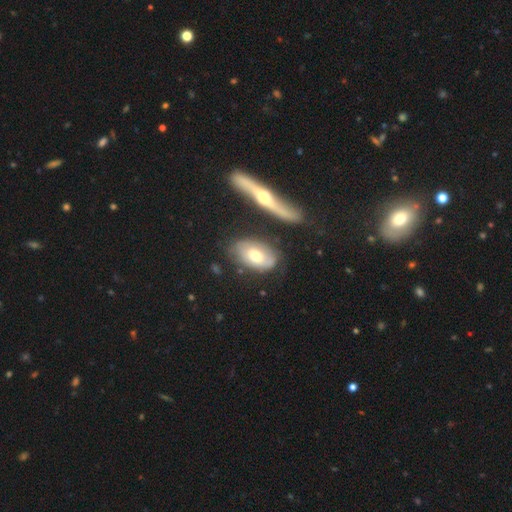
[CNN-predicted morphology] A smooth galaxy with no disk features (50%) that is in between round and cigar-shaped (87%). Merging: none (66%).